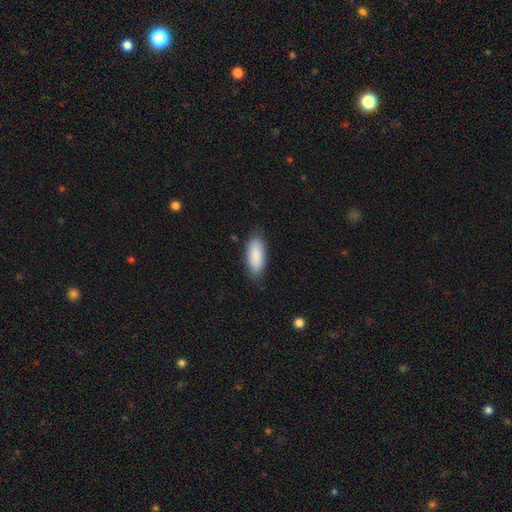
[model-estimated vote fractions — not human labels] Q: Smooth or featured?
A: smooth (89%); runner-up: featured or disk (6%)
Q: How rounded?
A: in between (83%); runner-up: cigar-shaped (16%)
Q: Merging?
A: none (80%); runner-up: minor disturbance (15%)